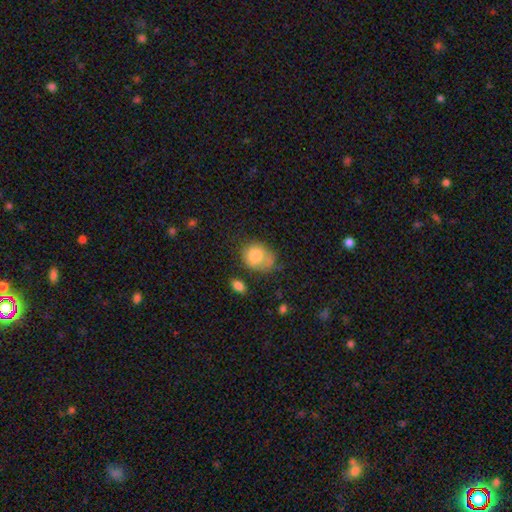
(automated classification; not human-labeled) The model was most divided on "merging": none: 40%, minor disturbance: 33%, major disturbance: 18%, merger: 9%. More confident: smooth or featured — smooth (77%); how rounded — round (57%).